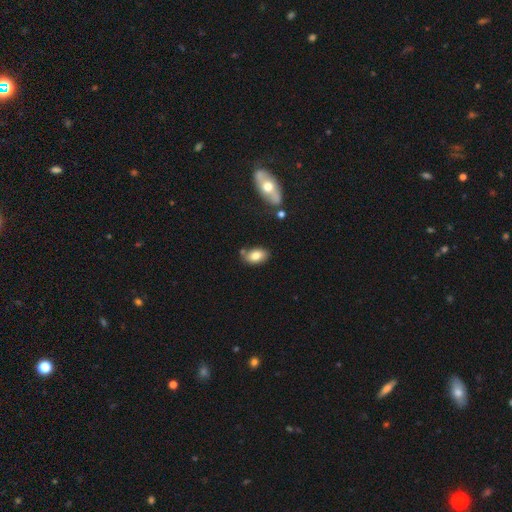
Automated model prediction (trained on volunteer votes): Q: Smooth or featured?
A: smooth (79%); runner-up: featured or disk (13%)
Q: How rounded?
A: in between (91%); runner-up: round (8%)
Q: Merging?
A: none (70%); runner-up: minor disturbance (17%)